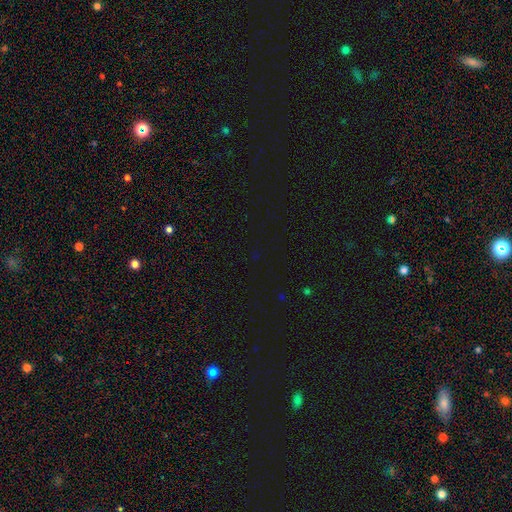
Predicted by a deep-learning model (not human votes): A star or artifact, not a galaxy (75%).